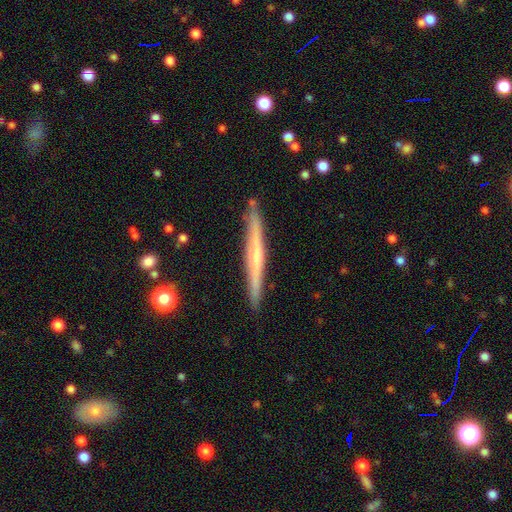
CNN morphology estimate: Smooth or featured: featured or disk — 60% (smooth — 34%)
Edge-on disk: yes — 97% (no — 3%)
Edge-on bulge: none — 50% (rounded — 42%)
Merging: none — 90% (minor disturbance — 7%)